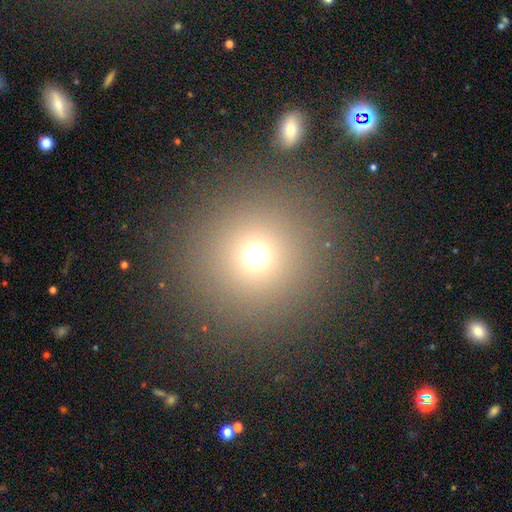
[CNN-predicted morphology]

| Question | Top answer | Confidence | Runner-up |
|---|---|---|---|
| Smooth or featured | smooth | 69% | star or artifact (23%) |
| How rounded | round | 95% | in between (4%) |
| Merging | none | 87% | minor disturbance (6%) |